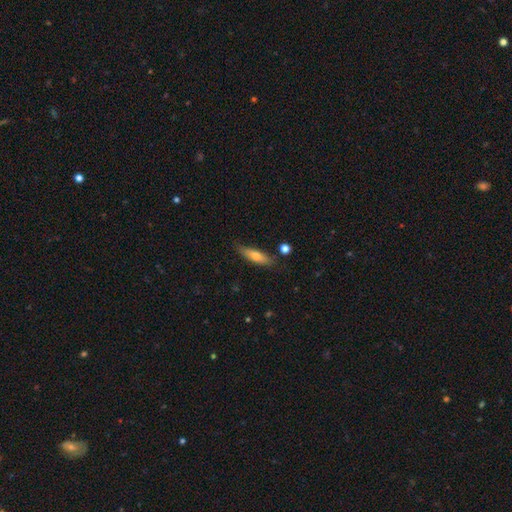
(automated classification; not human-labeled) smooth-or-featured: smooth: 66% | featured or disk: 27% | star or artifact: 7%
  how-rounded: cigar-shaped: 63% | in between: 34% | round: 2%
  merging: none: 80% | minor disturbance: 15% | merger: 3% | major disturbance: 3%